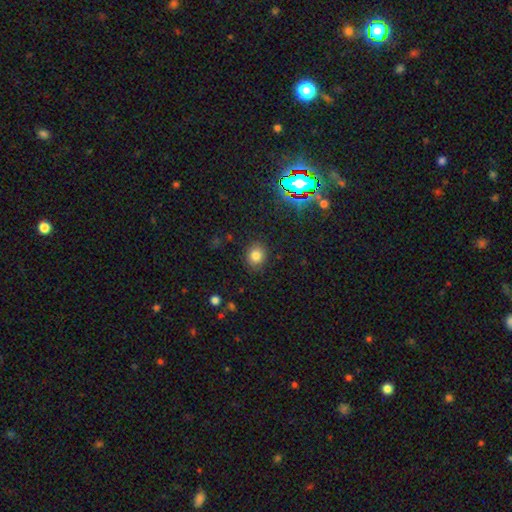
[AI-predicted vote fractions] This is likely a smooth galaxy (79%). How rounded: likely round (74%). Merging: clearly none (86%).